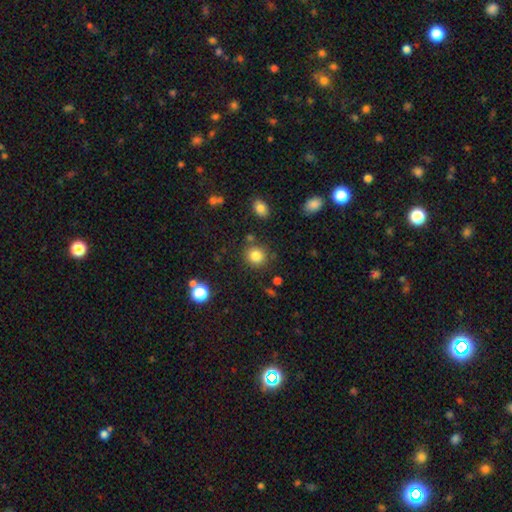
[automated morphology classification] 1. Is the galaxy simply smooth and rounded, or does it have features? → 82% smooth, 12% star or artifact, 6% featured or disk.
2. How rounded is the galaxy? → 86% round, 13% in between, 1% cigar-shaped.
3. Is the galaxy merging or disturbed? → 80% none, 10% minor disturbance, 6% merger, 4% major disturbance.